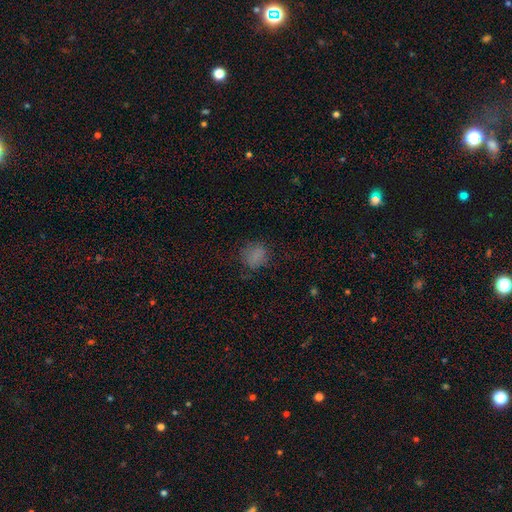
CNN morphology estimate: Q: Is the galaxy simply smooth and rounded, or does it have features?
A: smooth — 75%.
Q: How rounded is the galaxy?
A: round — 72%.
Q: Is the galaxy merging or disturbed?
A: none — 71%.